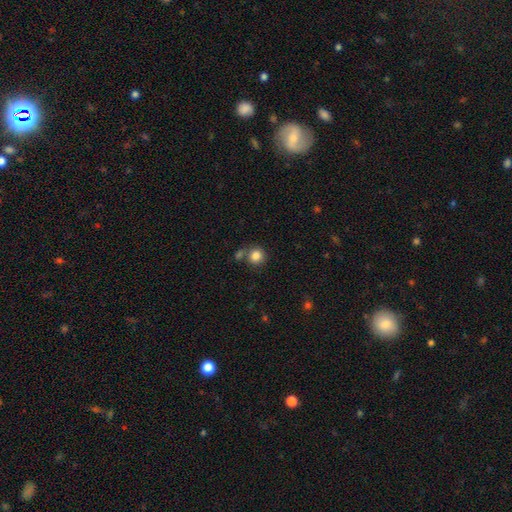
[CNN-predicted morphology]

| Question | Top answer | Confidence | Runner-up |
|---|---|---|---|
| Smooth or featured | smooth | 84% | star or artifact (10%) |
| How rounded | round | 88% | in between (11%) |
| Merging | none | 65% | merger (19%) |